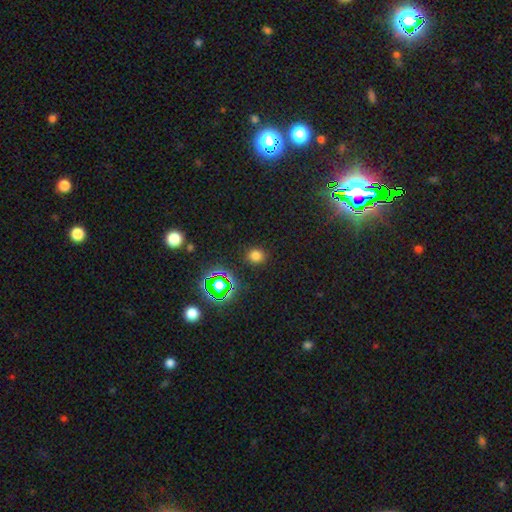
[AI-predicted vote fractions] Smooth or featured? Predicted: smooth (p=0.72). How rounded? Predicted: round (p=0.73). Merging? Predicted: none (p=0.89).